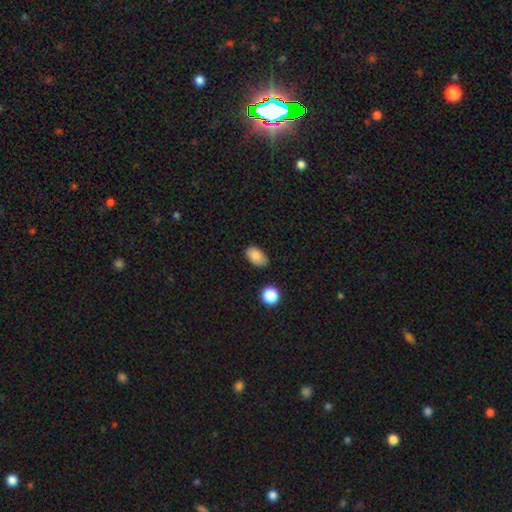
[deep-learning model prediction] A smooth galaxy with no disk features (85%) that is in between round and cigar-shaped (88%). Merging: none (76%).